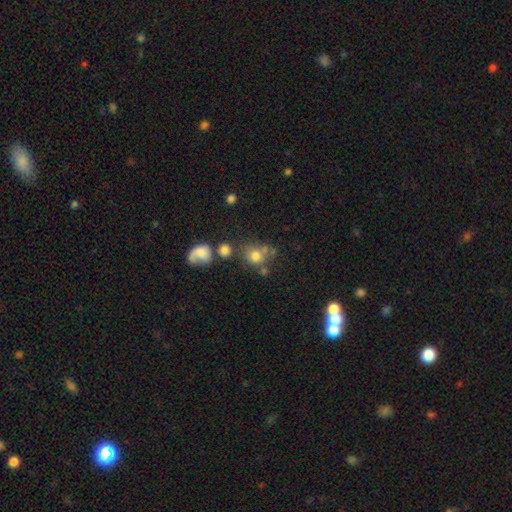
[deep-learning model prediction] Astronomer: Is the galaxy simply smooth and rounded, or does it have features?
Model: smooth — 74%.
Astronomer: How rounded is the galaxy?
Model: round — 79%.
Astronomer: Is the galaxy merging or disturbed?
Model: none — 56%.